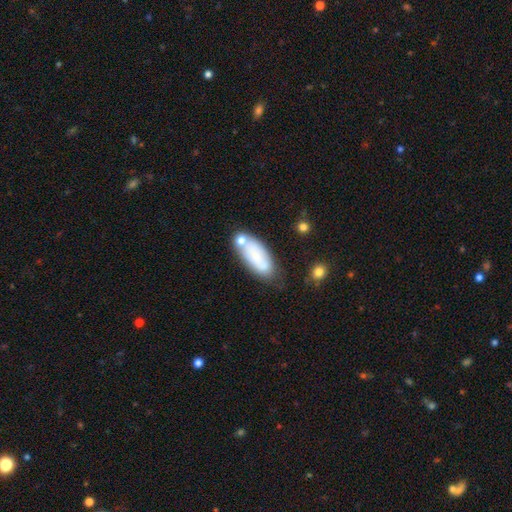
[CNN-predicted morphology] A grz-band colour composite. It shows a smooth galaxy with no disk features (66%) that is in between round and cigar-shaped (81%). Merging: none (59%).